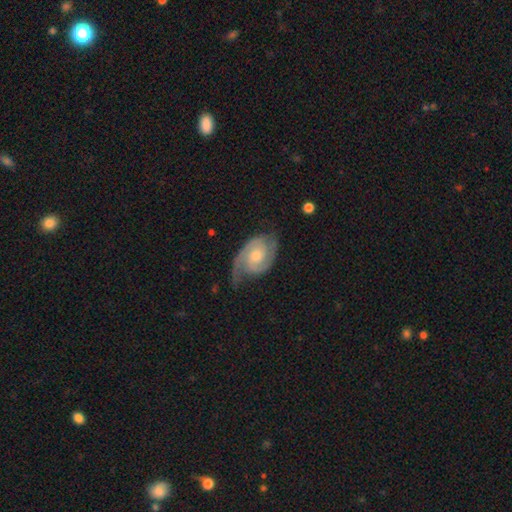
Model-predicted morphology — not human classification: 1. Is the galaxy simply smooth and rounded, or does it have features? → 88% featured or disk, 7% smooth, 5% star or artifact.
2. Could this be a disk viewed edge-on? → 97% no, 3% yes.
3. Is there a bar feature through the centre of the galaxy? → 64% no, 30% weak, 6% strong.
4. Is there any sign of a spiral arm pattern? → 97% yes, 3% no.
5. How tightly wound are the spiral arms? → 47% tight, 42% medium, 11% loose.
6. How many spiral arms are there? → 87% 2, 5% 1, 4% can't tell, 2% 3, 1% 4, 1% more than 4.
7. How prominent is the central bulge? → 62% moderate, 30% small, 4% large, 2% none, 1% dominant.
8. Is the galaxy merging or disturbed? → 70% none, 21% minor disturbance, 8% major disturbance, 1% merger.